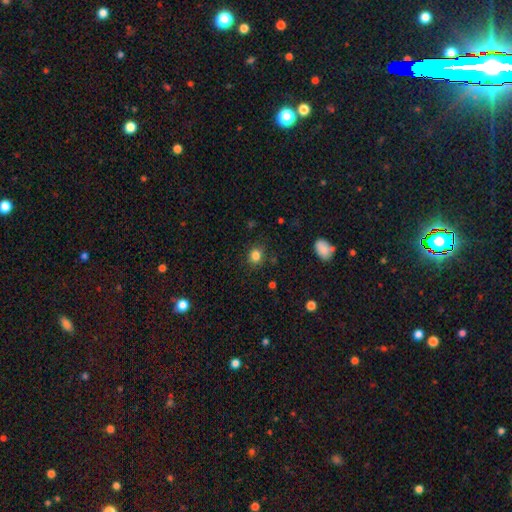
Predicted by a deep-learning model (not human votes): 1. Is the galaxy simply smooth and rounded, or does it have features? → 83% smooth, 12% star or artifact, 5% featured or disk.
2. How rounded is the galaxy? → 73% round, 26% in between, 1% cigar-shaped.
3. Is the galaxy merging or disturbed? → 84% none, 11% minor disturbance, 3% major disturbance, 2% merger.